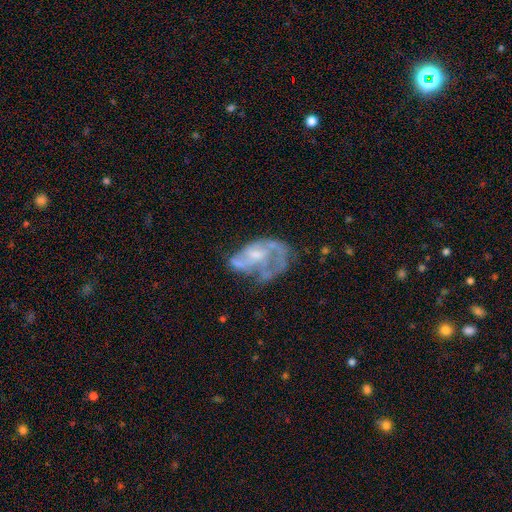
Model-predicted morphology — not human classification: A featured or disk galaxy (71%) with no bar (68%), spiral arms (56%) and a small central bulge (37%).

Vote fractions:
- Smooth or featured? featured or disk: 71% / smooth: 20% / star or artifact: 9%
- Edge-on disk? no: 97% / yes: 3%
- Bar? no: 68% / weak: 27% / strong: 5%
- Spiral arms? yes: 56% / no: 44%
- Bulge size? small: 37% / moderate: 33% / none: 25% / large: 4% / dominant: 1%
- Merging? major disturbance: 37% / none: 33% / minor disturbance: 22% / merger: 9%